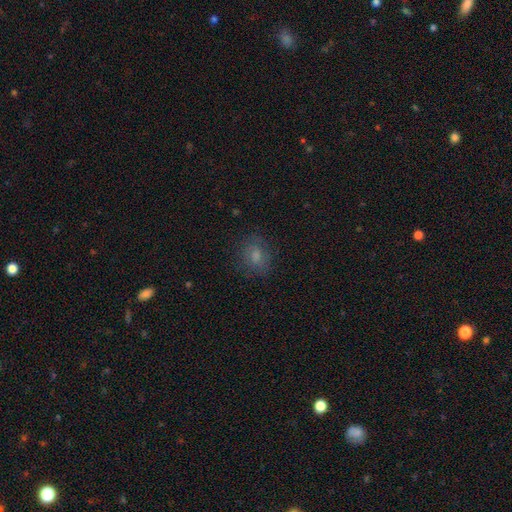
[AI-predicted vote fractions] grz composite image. It shows a smooth galaxy with no disk features (73%) that is in between round and cigar-shaped (50%). Merging: none (79%).